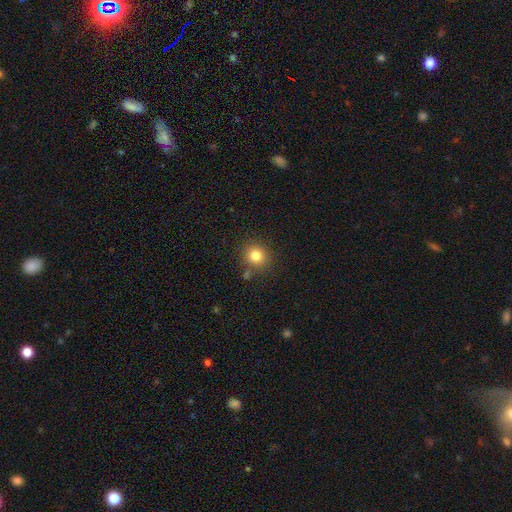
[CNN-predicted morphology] Q: Smooth or featured?
A: smooth (81%); runner-up: star or artifact (12%)
Q: How rounded?
A: round (85%); runner-up: in between (14%)
Q: Merging?
A: none (80%); runner-up: minor disturbance (10%)